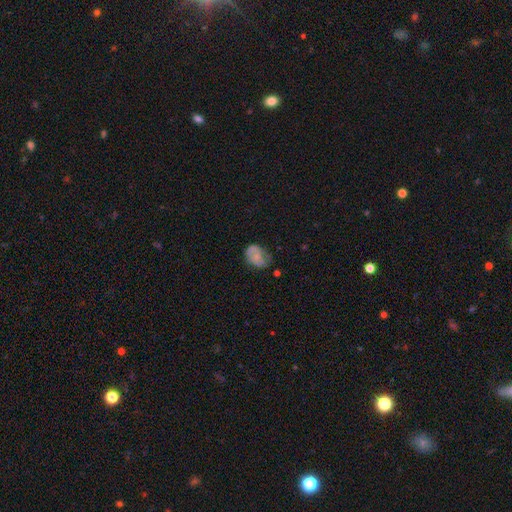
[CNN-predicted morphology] Smooth or featured: smooth — 61% (featured or disk — 30%)
How rounded: in between — 70% (round — 28%)
Merging: none — 48% (minor disturbance — 32%)